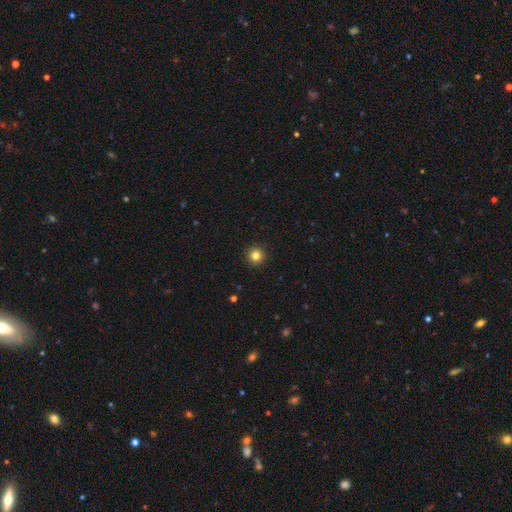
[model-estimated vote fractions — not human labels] Morphology: type=smooth (82%); roundness=round (96%); merging=none (93%).